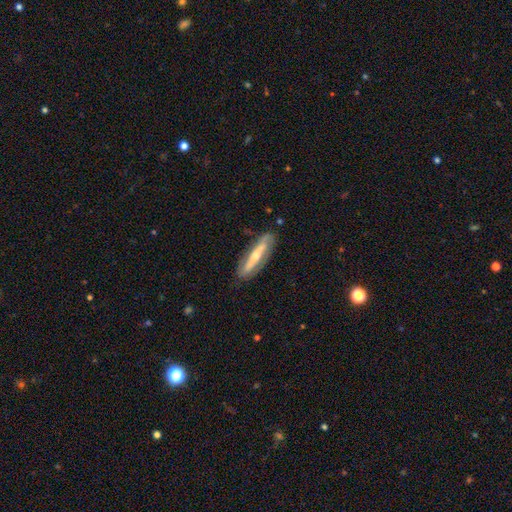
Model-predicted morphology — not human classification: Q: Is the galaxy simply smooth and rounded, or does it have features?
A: featured or disk — 63%.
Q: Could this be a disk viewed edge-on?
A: yes — 60%.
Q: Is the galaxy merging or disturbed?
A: none — 81%.